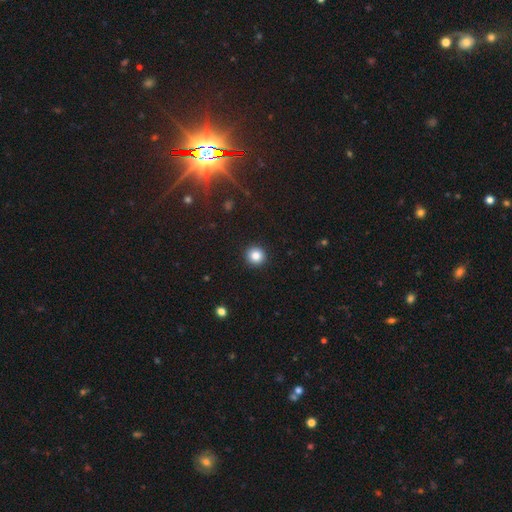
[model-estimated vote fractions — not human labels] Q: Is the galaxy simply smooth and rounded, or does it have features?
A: smooth — 84%.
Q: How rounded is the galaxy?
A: round — 95%.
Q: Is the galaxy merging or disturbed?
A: none — 93%.